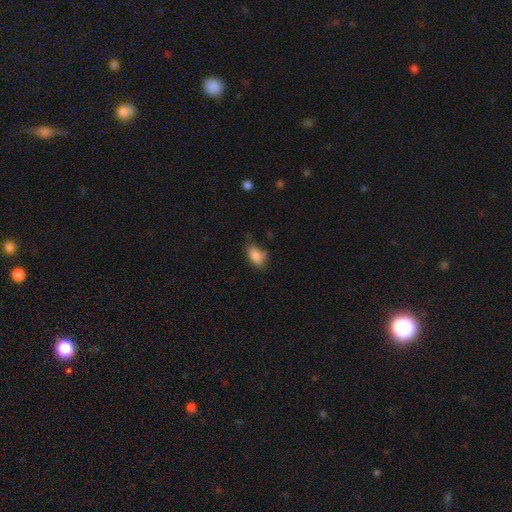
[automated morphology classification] The model was most divided on "merging": none: 53%, minor disturbance: 33%, major disturbance: 11%, merger: 4%. More confident: how rounded — in between (89%); smooth or featured — smooth (83%).